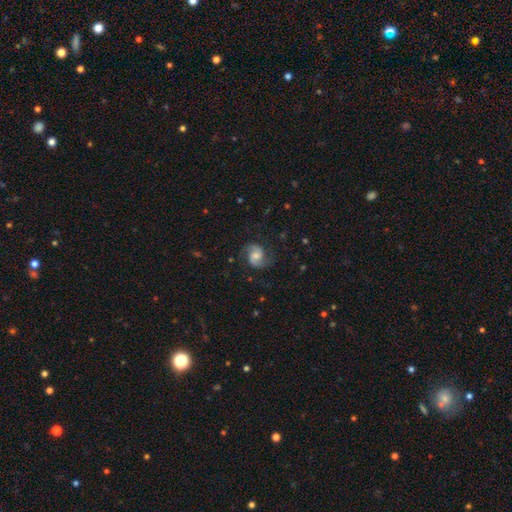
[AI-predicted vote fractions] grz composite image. It shows a featured or disk galaxy (82%) with no bar (51%), 2 (93%) medium (54%) spiral arms (97%) and a moderate central bulge (49%). Merging: none (80%).